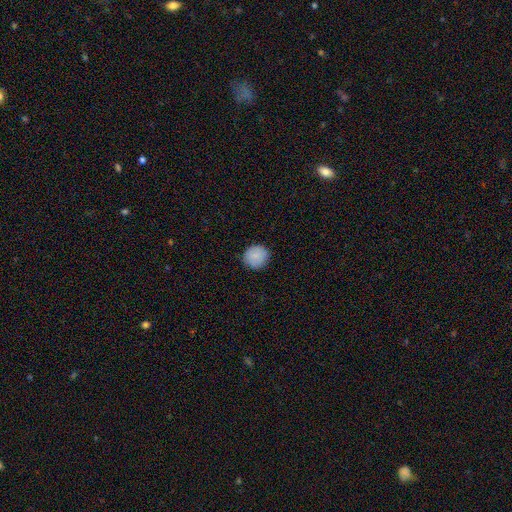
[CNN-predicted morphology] The model was most divided on "merging": none: 86%, minor disturbance: 11%, major disturbance: 2%, merger: 1%. More confident: how rounded — round (91%); smooth or featured — smooth (85%).